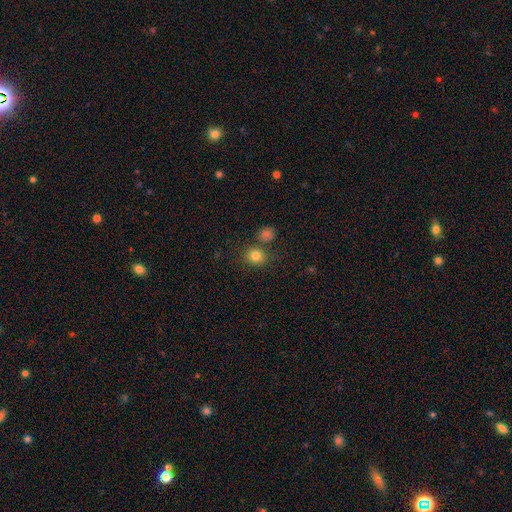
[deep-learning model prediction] A smooth galaxy with no disk features (80%) that is round (82%). Merging: none (73%).